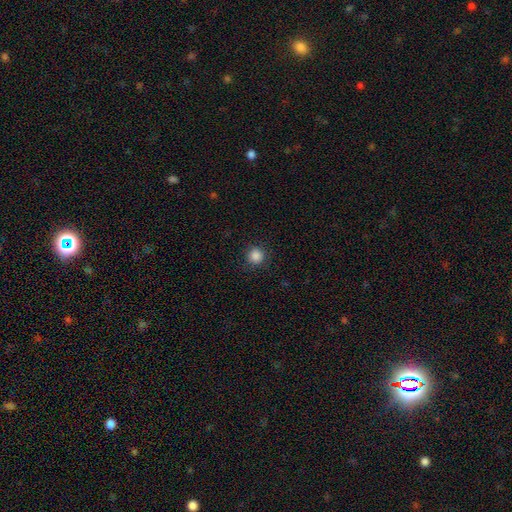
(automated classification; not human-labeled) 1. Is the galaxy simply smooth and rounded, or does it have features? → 86% smooth, 11% star or artifact, 3% featured or disk.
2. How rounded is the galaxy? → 94% round, 5% in between, 1% cigar-shaped.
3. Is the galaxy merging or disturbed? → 90% none, 7% minor disturbance, 2% major disturbance, 1% merger.